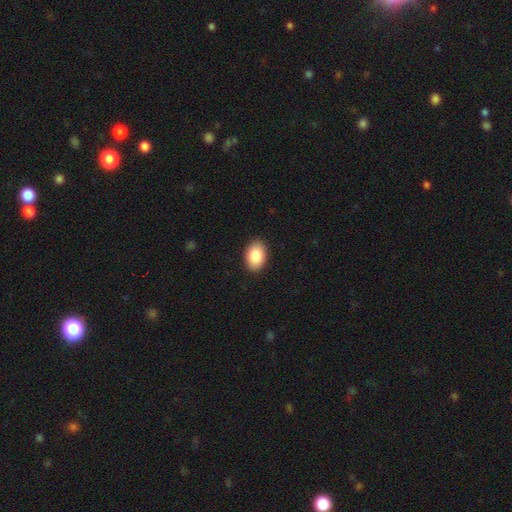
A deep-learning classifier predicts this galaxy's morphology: Smooth or featured?
  - smooth: 87% *
  - featured or disk: 7%
  - star or artifact: 7%
How rounded?
  - in between: 89% *
  - round: 10%
  - cigar-shaped: 1%
Merging?
  - none: 90% *
  - minor disturbance: 7%
  - major disturbance: 2%
  - merger: 1%